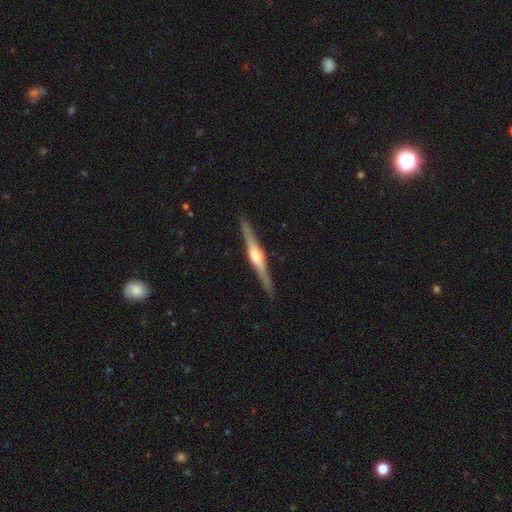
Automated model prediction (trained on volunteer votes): smooth-or-featured: featured or disk: 77% | smooth: 19% | star or artifact: 5%
  disk-edge-on: yes: 98% | no: 2%
    edge-on-bulge: rounded: 82% | boxy: 12% | none: 6%
  merging: none: 91% | minor disturbance: 7% | major disturbance: 1% | merger: 1%